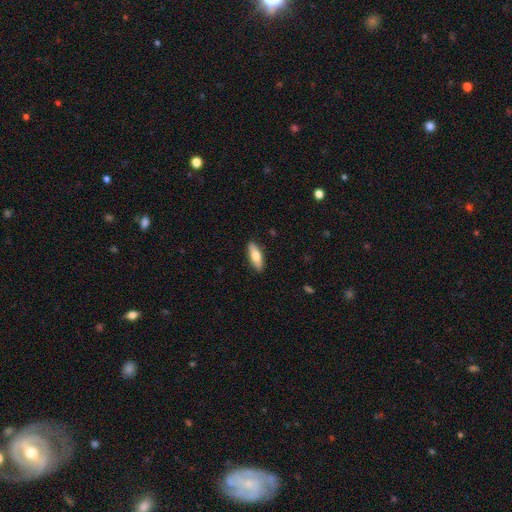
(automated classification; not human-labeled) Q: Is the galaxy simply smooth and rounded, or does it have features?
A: smooth — 66%.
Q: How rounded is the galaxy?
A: in between — 60%.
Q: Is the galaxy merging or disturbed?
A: none — 89%.